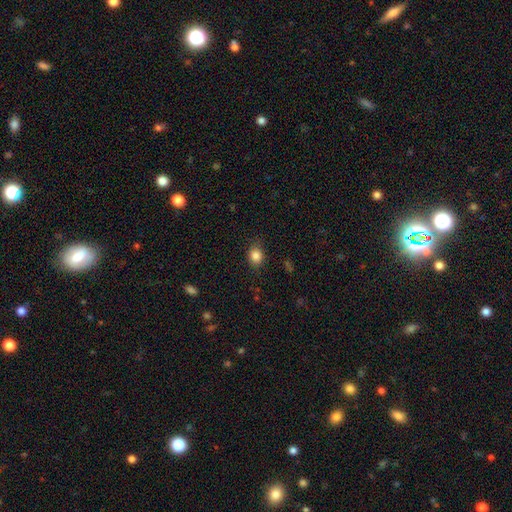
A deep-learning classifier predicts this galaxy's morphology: Smooth or featured? Predicted: smooth (p=0.85). How rounded? Predicted: round (p=0.54). Merging? Predicted: none (p=0.81).